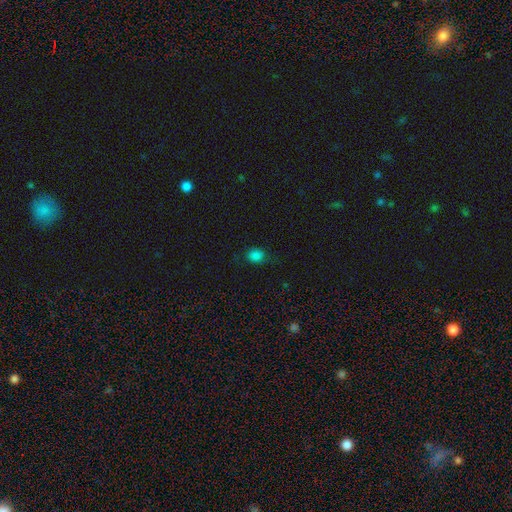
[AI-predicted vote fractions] smooth-or-featured: smooth: 81% | star or artifact: 15% | featured or disk: 4%
  how-rounded: round: 59% | in between: 40% | cigar-shaped: 1%
  merging: none: 74% | minor disturbance: 19% | major disturbance: 5% | merger: 1%